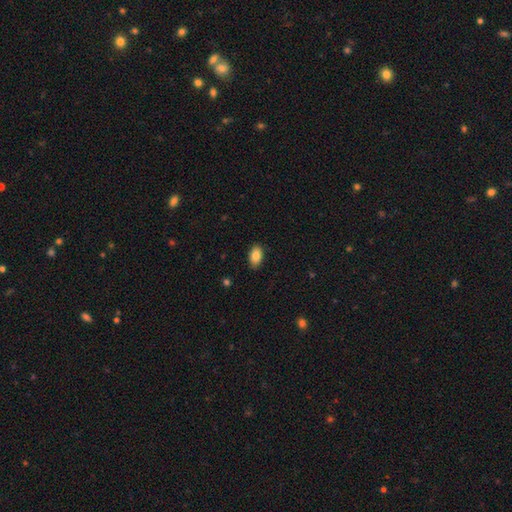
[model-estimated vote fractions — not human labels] Overall: smooth (85%). How rounded: in between (92%). Merging: none (87%).